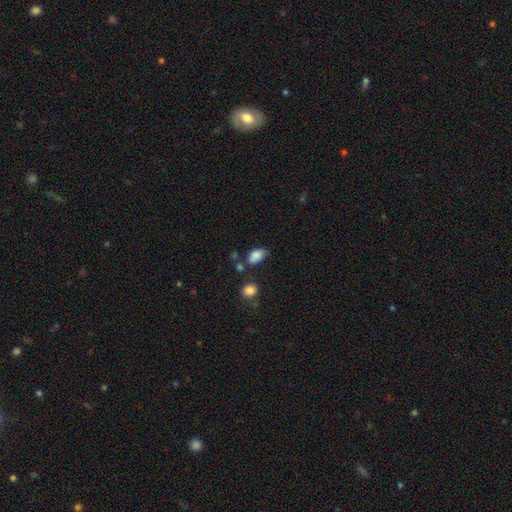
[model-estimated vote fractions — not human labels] Smooth or featured? smooth (83%)
How rounded? in between (88%)
Merging? none (50%)